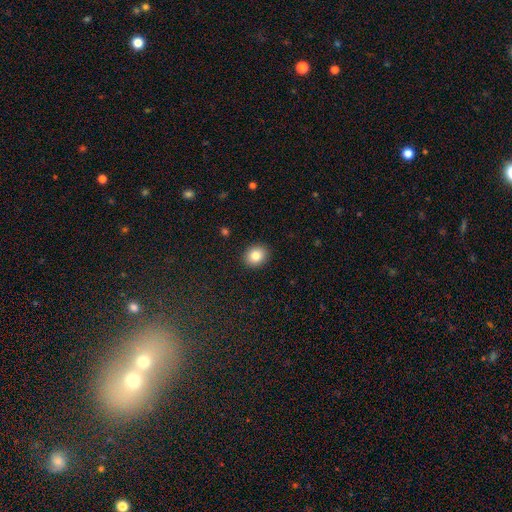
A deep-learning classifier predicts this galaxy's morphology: smooth_or_featured: smooth (p=0.82) [alt: star or artifact p=0.10]
how_rounded: round (p=0.63) [alt: in between p=0.36]
merging: none (p=0.91) [alt: minor disturbance p=0.06]